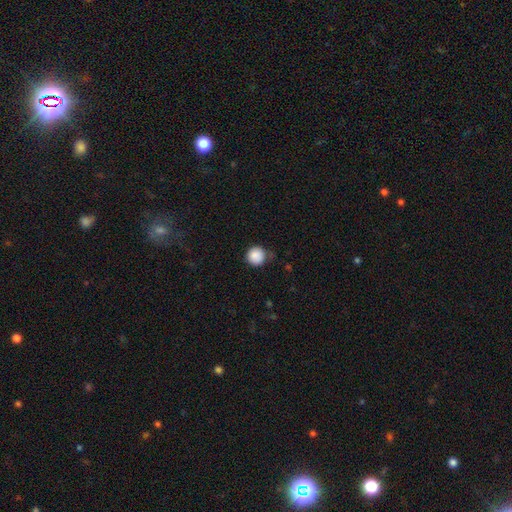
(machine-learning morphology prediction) Overall: smooth (88%). How rounded: round (95%). Merging: none (76%).